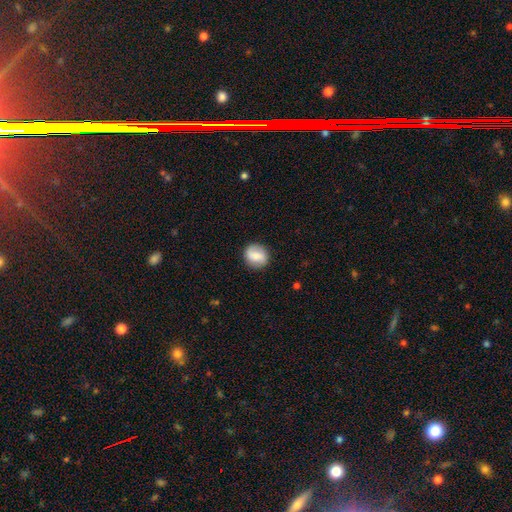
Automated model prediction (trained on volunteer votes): A smooth galaxy with no disk features (69%) that is round (83%). Merging: none (86%).